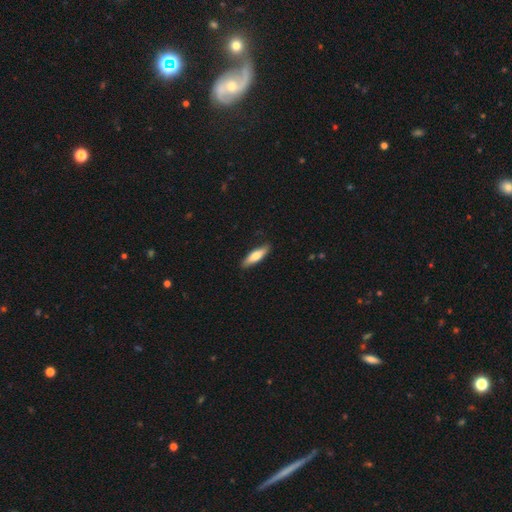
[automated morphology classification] smooth_or_featured: smooth (p=0.69) [alt: featured or disk p=0.26]
how_rounded: cigar-shaped (p=0.66) [alt: in between p=0.32]
merging: none (p=0.88) [alt: minor disturbance p=0.09]